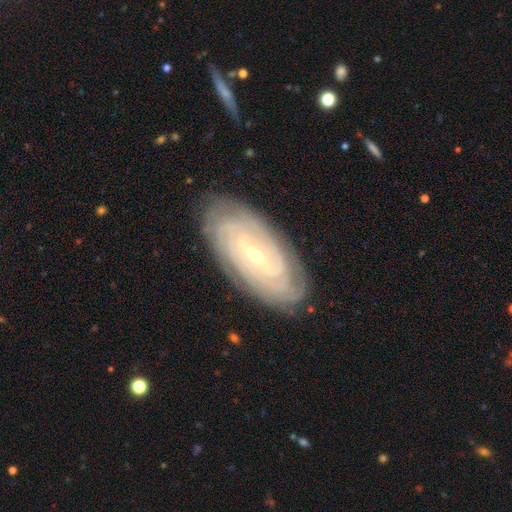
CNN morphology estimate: This is clearly a featured or disk galaxy (87%). It is clearly not viewed edge-on (94%). Bar: marginally weak (42%). Spiral arm pattern: clearly yes (96%). Spiral arm count: marginally can't tell (36%). Spiral winding: clearly tight (85%). Central bulge: likely small (68%). Merging: clearly none (85%).